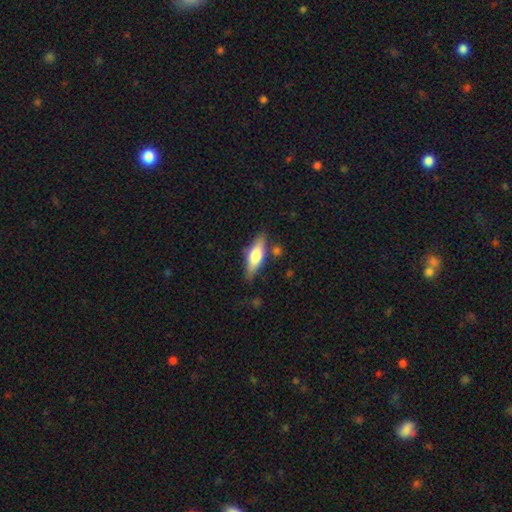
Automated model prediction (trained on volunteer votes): Smooth or featured? Predicted: smooth (p=0.62). How rounded? Predicted: in between (p=0.54). Merging? Predicted: none (p=0.77).